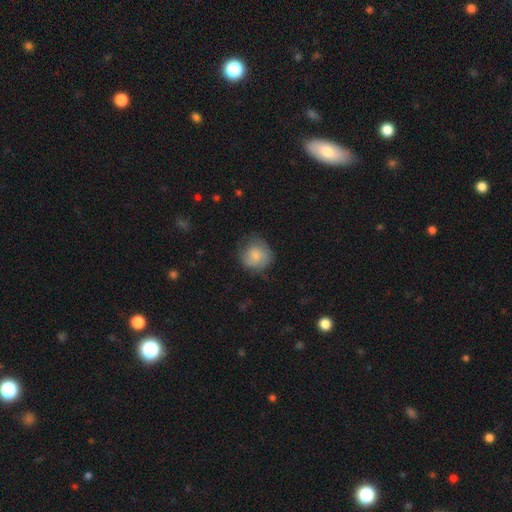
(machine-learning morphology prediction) This is likely a smooth galaxy (65%). How rounded: clearly round (85%). Merging: likely none (63%).